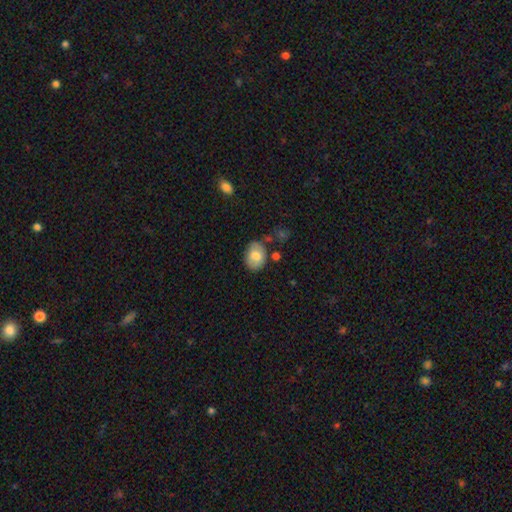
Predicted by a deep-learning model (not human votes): Overall: smooth (73%). How rounded: in between (72%). Merging: none (71%).